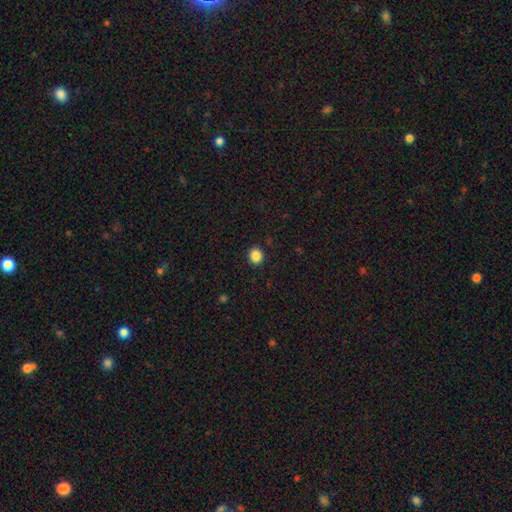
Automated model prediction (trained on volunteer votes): This appears to be a smooth galaxy with no disk features (87%) that is round (68%). Merging: none (91%).